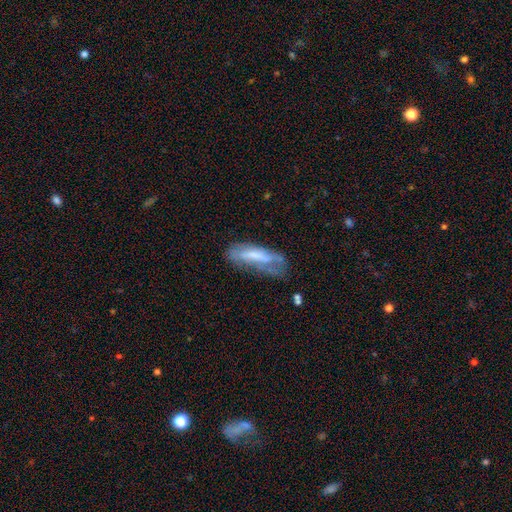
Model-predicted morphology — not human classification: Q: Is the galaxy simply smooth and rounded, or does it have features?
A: smooth — 51%.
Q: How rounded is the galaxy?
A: cigar-shaped — 53%.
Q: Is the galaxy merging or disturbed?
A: none — 43%.